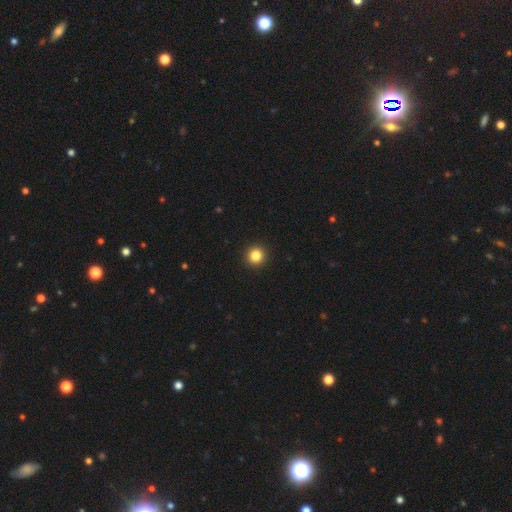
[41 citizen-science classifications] Smooth or featured? 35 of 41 (85%) said smooth. How rounded? 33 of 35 (94%) said round. Merging? 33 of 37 (89%) said none.